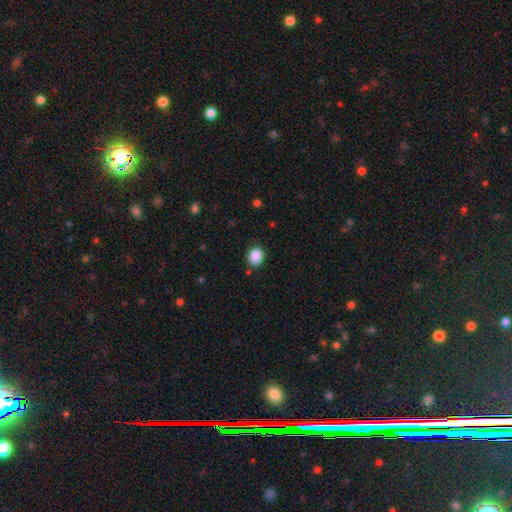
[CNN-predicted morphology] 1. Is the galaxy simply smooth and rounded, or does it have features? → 88% smooth, 9% star or artifact, 3% featured or disk.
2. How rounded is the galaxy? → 60% round, 39% in between, 1% cigar-shaped.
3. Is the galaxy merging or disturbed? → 84% none, 11% minor disturbance, 3% major disturbance, 2% merger.